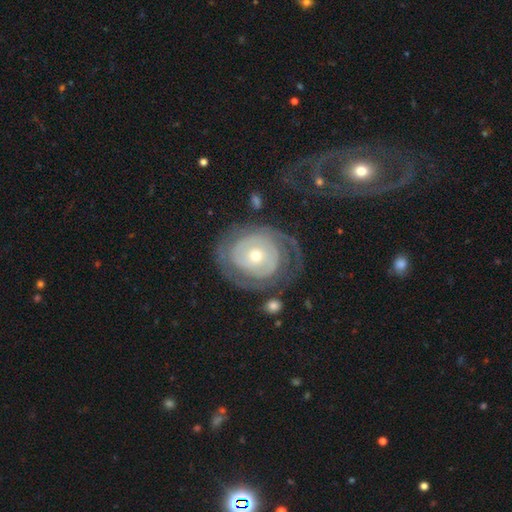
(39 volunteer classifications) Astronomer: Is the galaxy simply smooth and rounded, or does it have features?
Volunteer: featured or disk — 77%.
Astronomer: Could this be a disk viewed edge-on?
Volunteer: no — 100%.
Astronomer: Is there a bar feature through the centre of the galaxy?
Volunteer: no — 70%.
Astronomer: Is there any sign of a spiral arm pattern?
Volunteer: yes — 83%.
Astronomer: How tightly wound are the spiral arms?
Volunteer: tight — 76%.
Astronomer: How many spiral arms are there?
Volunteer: can't tell — 48% (runner-up: 1, 32%).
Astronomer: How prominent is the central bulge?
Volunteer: small — 50% (runner-up: moderate, 27%).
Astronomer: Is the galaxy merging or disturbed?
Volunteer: none — 50% (runner-up: minor disturbance, 39%).